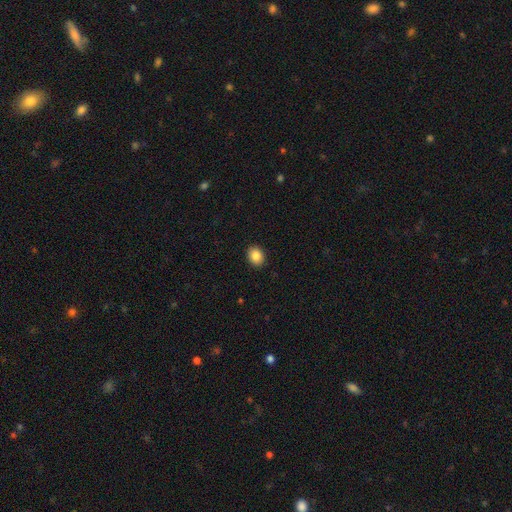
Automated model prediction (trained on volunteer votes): smooth 86%, star or artifact 9%, featured or disk 5%. Down the decision tree: how rounded — in between (50%); merging — none (91%).